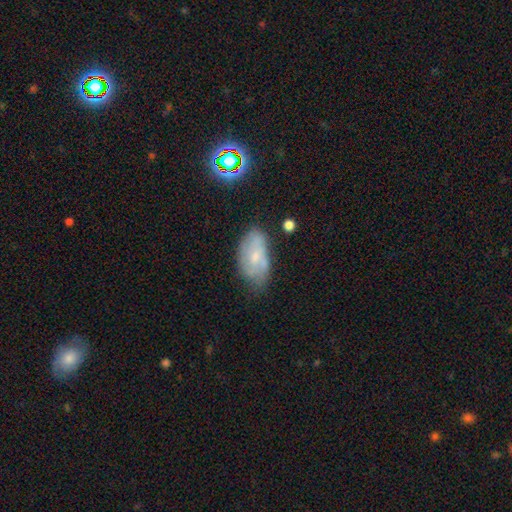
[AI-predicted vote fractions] The model was most divided on "smooth or featured": smooth: 48%, featured or disk: 42%, star or artifact: 10%. More confident: merging — none (53%).